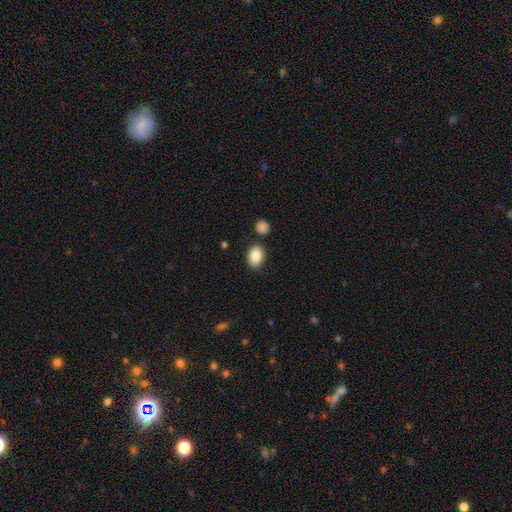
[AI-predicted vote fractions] Morphology: type=smooth (86%); roundness=in between (80%); merging=none (83%).